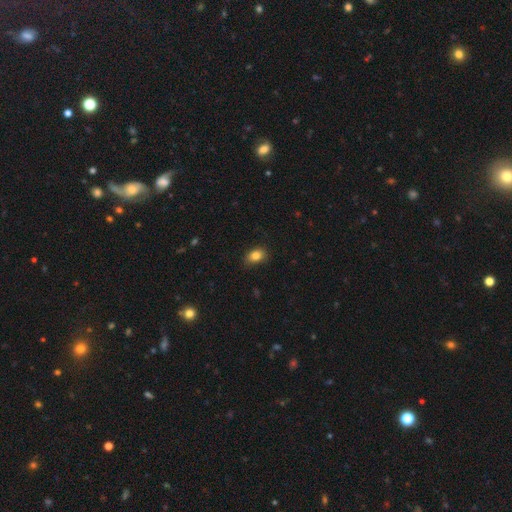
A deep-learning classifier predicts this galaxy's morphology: Smooth or featured?
  - smooth: 84% *
  - star or artifact: 10%
  - featured or disk: 7%
How rounded?
  - in between: 75% *
  - round: 24%
  - cigar-shaped: 1%
Merging?
  - none: 79% *
  - minor disturbance: 17%
  - major disturbance: 3%
  - merger: 1%